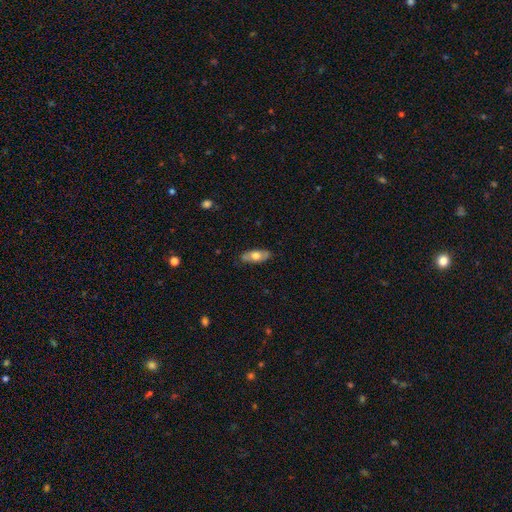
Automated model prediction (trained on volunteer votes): This appears to be a smooth galaxy with no disk features (60%) that is in between round and cigar-shaped (80%). Merging: none (83%).